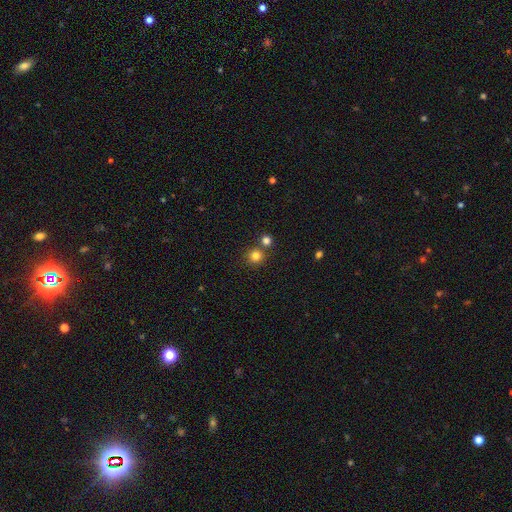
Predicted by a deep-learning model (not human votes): Smooth or featured? Predicted: smooth (p=0.81). How rounded? Predicted: round (p=0.92). Merging? Predicted: none (p=0.73).